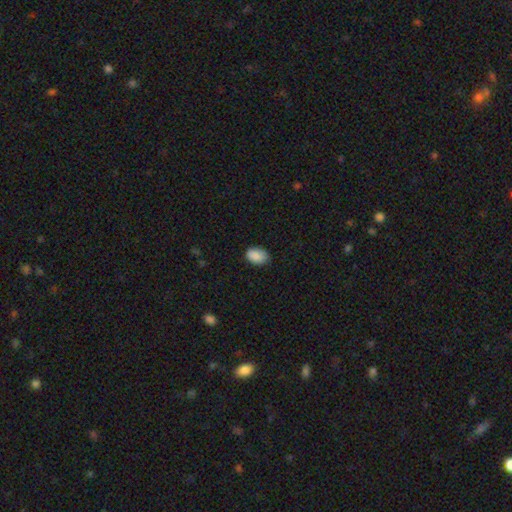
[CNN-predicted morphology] A smooth galaxy with no disk features (89%) that is in between round and cigar-shaped (85%).

Vote fractions:
- Smooth or featured? smooth: 89% / star or artifact: 8% / featured or disk: 4%
- How rounded? in between: 85% / round: 14% / cigar-shaped: 1%
- Merging? none: 78% / minor disturbance: 18% / major disturbance: 3% / merger: 1%